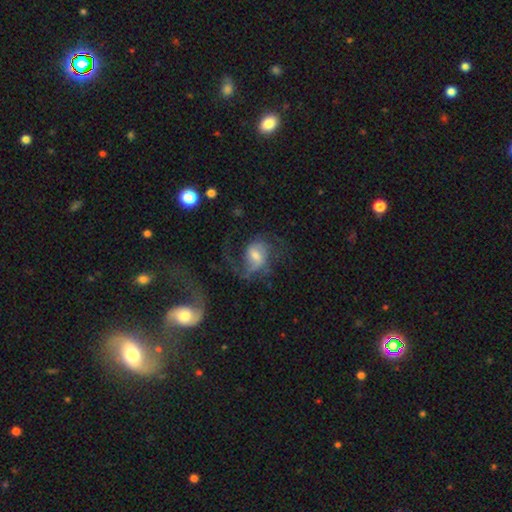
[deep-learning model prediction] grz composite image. It shows a featured or disk galaxy (70%) with a weak bar (52%), 2 (53%) loose (47%) spiral arms (87%) and a moderate central bulge (48%). Merging: none (42%).